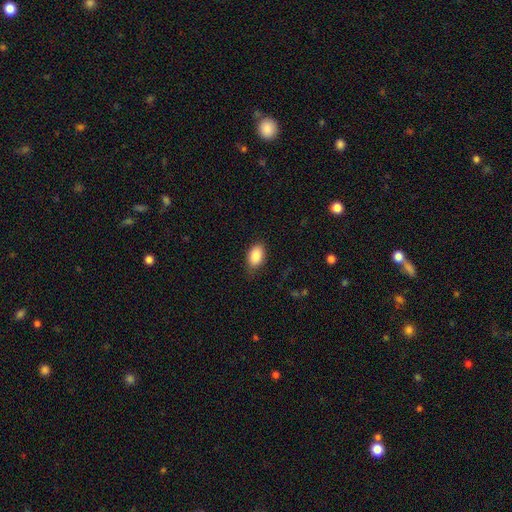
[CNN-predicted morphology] smooth 88%, star or artifact 7%, featured or disk 5%. Down the decision tree: how rounded — in between (90%); merging — none (79%).